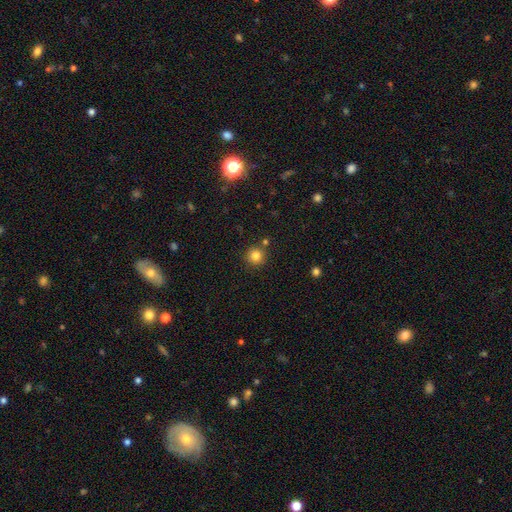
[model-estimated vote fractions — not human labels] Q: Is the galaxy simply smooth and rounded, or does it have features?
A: smooth — 82%.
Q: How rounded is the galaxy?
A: round — 95%.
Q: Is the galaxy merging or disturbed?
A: none — 84%.